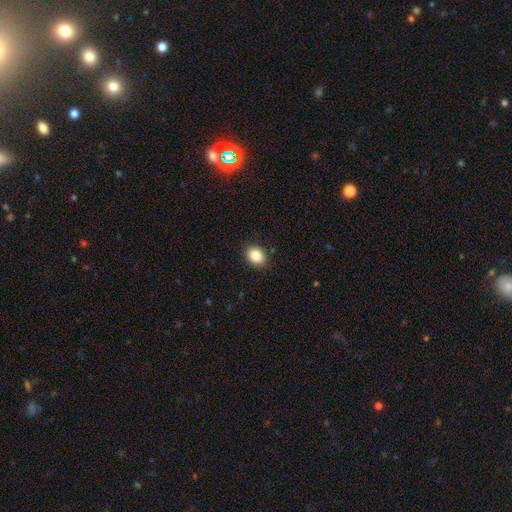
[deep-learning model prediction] Q: Smooth or featured?
A: smooth (86%); runner-up: star or artifact (9%)
Q: How rounded?
A: in between (60%); runner-up: round (39%)
Q: Merging?
A: none (90%); runner-up: minor disturbance (8%)